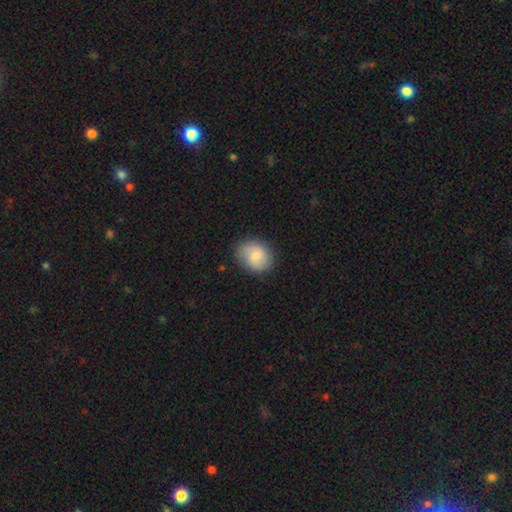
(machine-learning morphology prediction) This is likely a smooth galaxy (67%). How rounded: possibly round (56%). Merging: clearly none (82%).